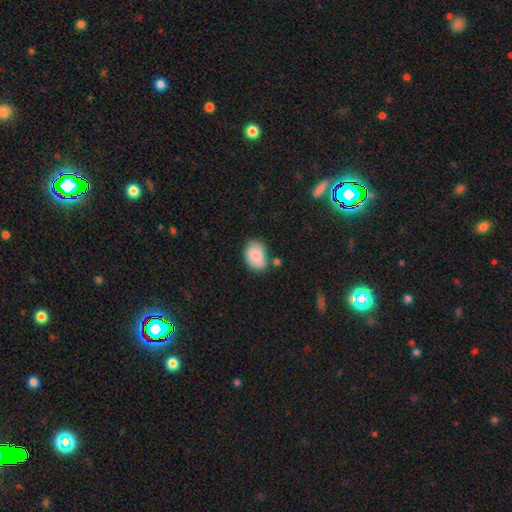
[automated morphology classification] This is likely a smooth galaxy (80%). How rounded: likely in between (80%). Merging: likely none (63%).